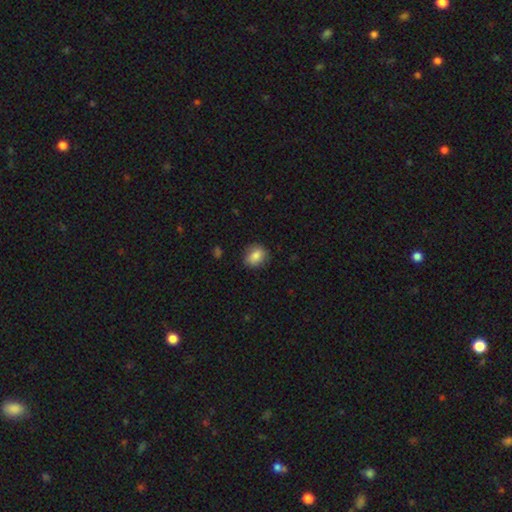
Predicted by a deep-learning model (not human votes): A smooth galaxy with no disk features (83%) that is round (59%).

Vote fractions:
- Smooth or featured? smooth: 83% / star or artifact: 9% / featured or disk: 8%
- How rounded? round: 59% / in between: 40% / cigar-shaped: 1%
- Merging? none: 79% / minor disturbance: 16% / major disturbance: 3% / merger: 1%